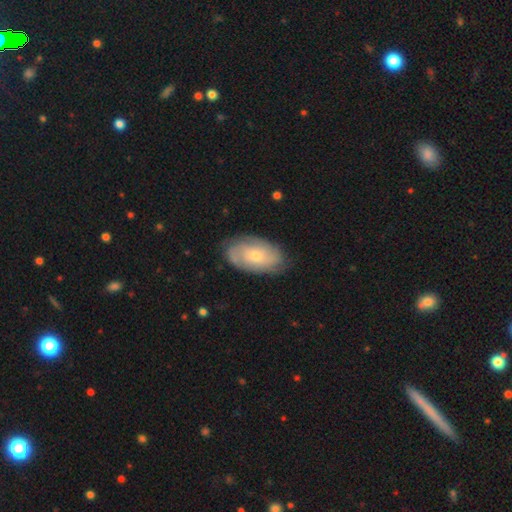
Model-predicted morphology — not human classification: Q: Smooth or featured?
A: featured or disk (60%); runner-up: smooth (34%)
Q: Edge-on disk?
A: no (94%); runner-up: yes (6%)
Q: Bar?
A: no (77%); runner-up: weak (20%)
Q: Spiral arms?
A: yes (83%); runner-up: no (17%)
Q: Bulge size?
A: small (53%); runner-up: moderate (43%)
Q: Merging?
A: none (77%); runner-up: minor disturbance (17%)